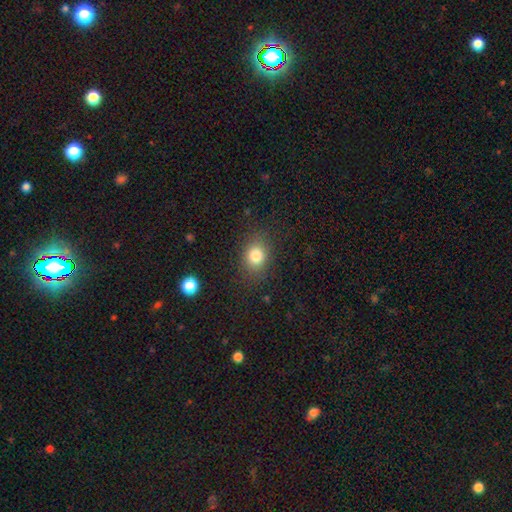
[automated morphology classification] Smooth or featured? Predicted: smooth (p=0.81). How rounded? Predicted: in between (p=0.51). Merging? Predicted: none (p=0.83).